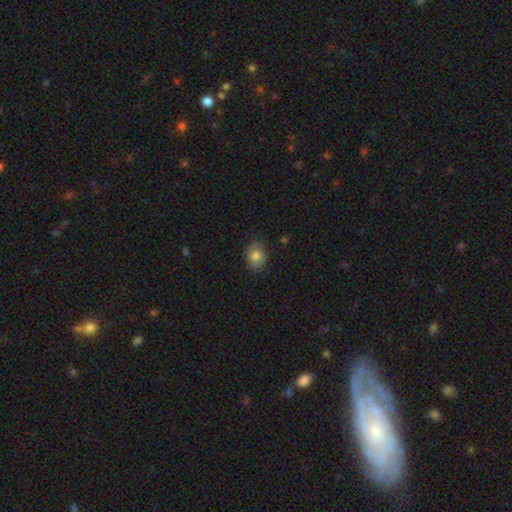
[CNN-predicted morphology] Smooth or featured? Predicted: smooth (p=0.76). How rounded? Predicted: in between (p=0.59). Merging? Predicted: none (p=0.82).